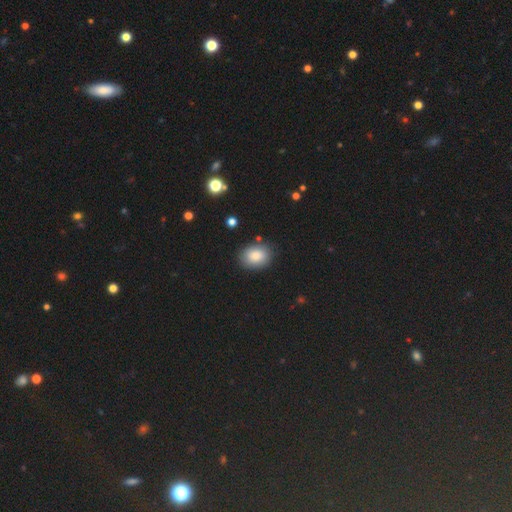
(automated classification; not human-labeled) Q: Smooth or featured?
A: smooth (86%); runner-up: star or artifact (8%)
Q: How rounded?
A: in between (66%); runner-up: round (33%)
Q: Merging?
A: none (84%); runner-up: minor disturbance (11%)